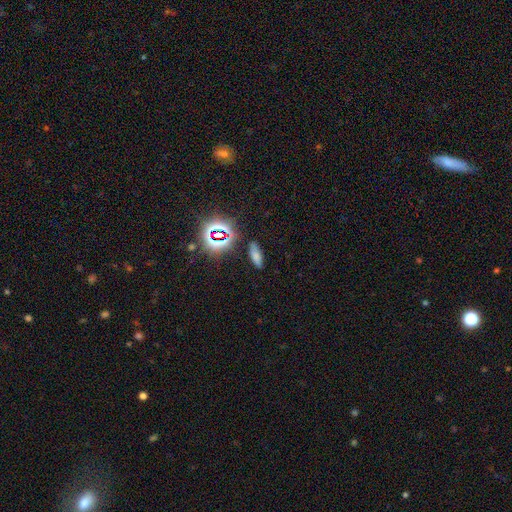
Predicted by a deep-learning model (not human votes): The model was most divided on "how rounded": in between: 63%, cigar-shaped: 32%, round: 5%. More confident: merging — none (81%); smooth or featured — smooth (64%).